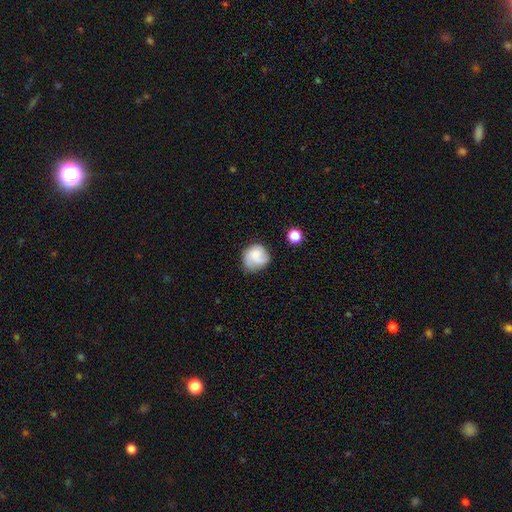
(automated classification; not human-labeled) Overall: smooth (54%; featured or disk 37%). How rounded: round (77%). Merging: none (61%; minor disturbance 25%).